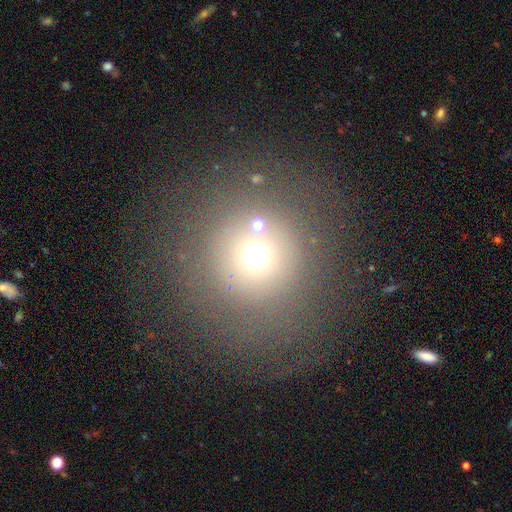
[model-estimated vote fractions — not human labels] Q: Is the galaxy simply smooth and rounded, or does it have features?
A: smooth — 62%.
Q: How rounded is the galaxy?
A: round — 92%.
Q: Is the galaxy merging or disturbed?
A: none — 71%.